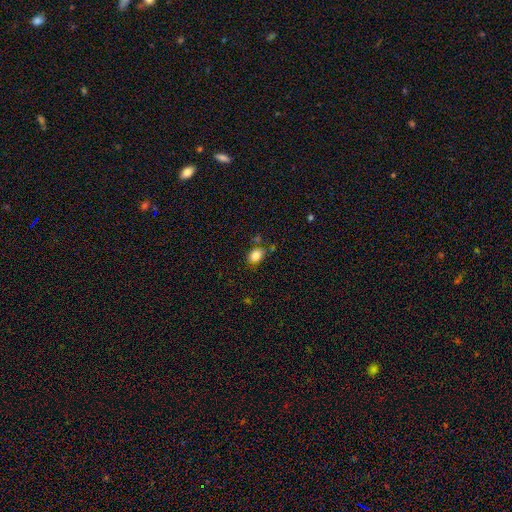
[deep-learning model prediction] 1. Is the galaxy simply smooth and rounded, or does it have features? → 85% smooth, 9% star or artifact, 6% featured or disk.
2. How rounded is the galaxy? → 79% in between, 20% round, 1% cigar-shaped.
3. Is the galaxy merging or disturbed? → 72% none, 16% minor disturbance, 7% merger, 4% major disturbance.